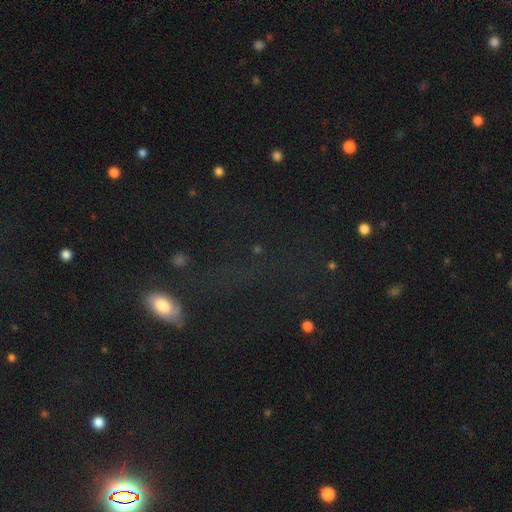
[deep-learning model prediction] star or artifact 46%, smooth 38%, featured or disk 17%.